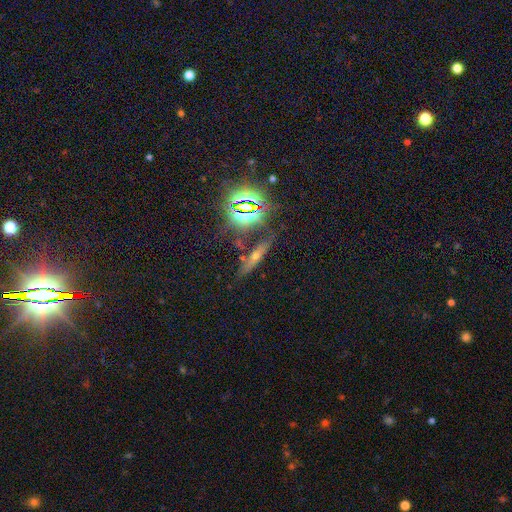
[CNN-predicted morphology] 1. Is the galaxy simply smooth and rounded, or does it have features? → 36% smooth, 34% featured or disk, 30% star or artifact.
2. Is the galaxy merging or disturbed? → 79% none, 12% minor disturbance, 6% merger, 4% major disturbance.